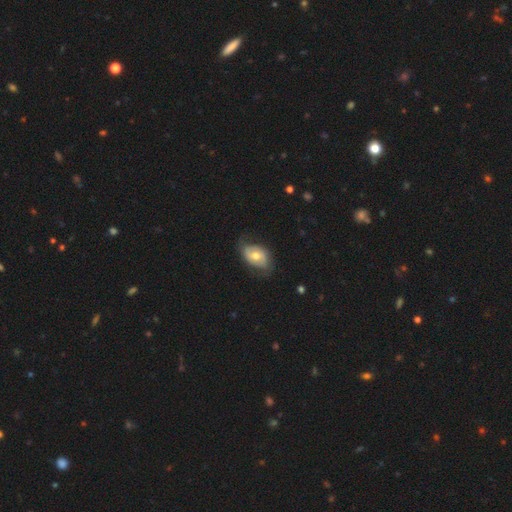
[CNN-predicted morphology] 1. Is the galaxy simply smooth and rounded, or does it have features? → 54% featured or disk, 39% smooth, 6% star or artifact.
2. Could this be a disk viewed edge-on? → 95% no, 5% yes.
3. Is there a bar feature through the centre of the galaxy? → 54% no, 35% weak, 10% strong.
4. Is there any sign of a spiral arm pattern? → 74% yes, 26% no.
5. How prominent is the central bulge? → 72% moderate, 19% small, 7% large, 1% none, 1% dominant.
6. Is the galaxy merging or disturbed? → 63% none, 26% minor disturbance, 10% major disturbance, 1% merger.